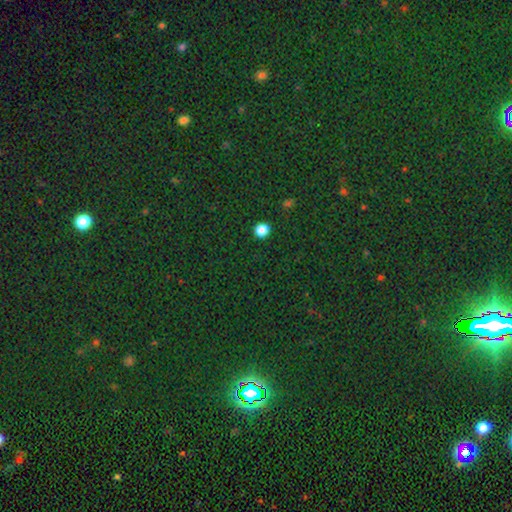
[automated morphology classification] Smooth or featured? star or artifact (77%)